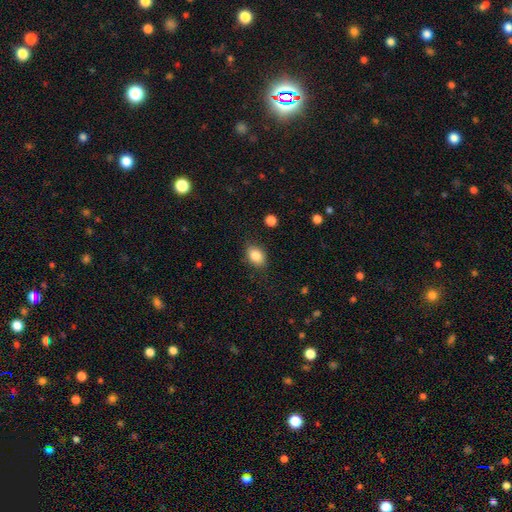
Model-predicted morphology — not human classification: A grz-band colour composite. It shows a smooth galaxy with no disk features (85%) that is in between round and cigar-shaped (78%). Merging: none (82%).